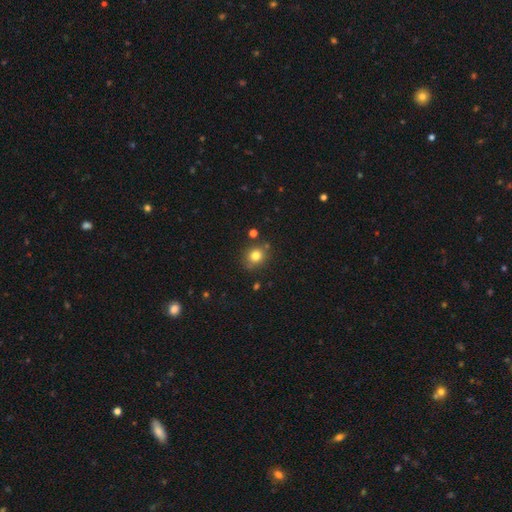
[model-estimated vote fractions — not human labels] Smooth or featured? smooth (79%)
How rounded? round (79%)
Merging? none (79%)